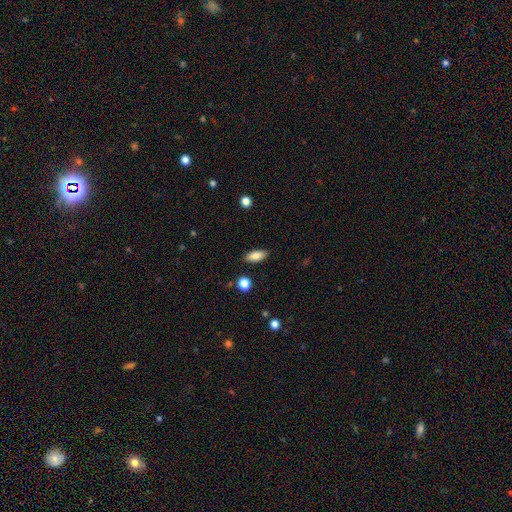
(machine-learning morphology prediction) A smooth galaxy with no disk features (84%) that is in between round and cigar-shaped (84%).

Vote fractions:
- Smooth or featured? smooth: 84% / featured or disk: 8% / star or artifact: 8%
- How rounded? in between: 84% / cigar-shaped: 13% / round: 3%
- Merging? none: 88% / minor disturbance: 9% / major disturbance: 2% / merger: 2%